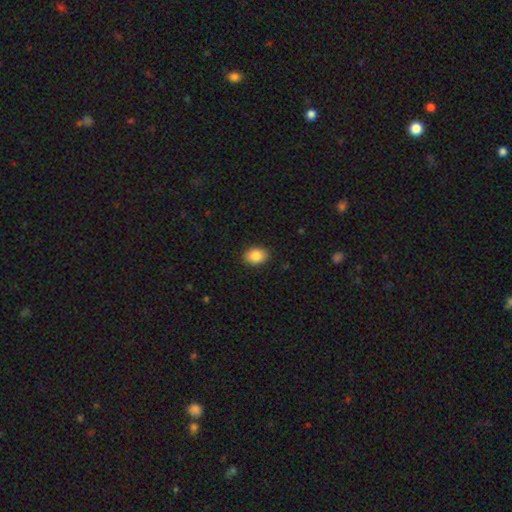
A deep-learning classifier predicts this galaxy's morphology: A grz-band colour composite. It shows a smooth galaxy with no disk features (87%) that is in between round and cigar-shaped (74%). Merging: none (89%).